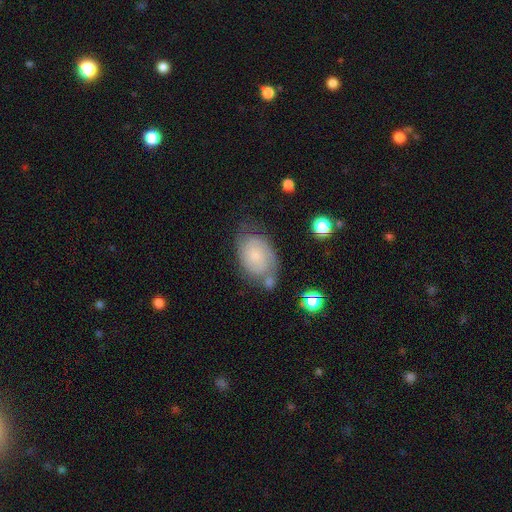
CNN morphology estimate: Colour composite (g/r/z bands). It shows a featured or disk galaxy (55%) with no bar (75%), spiral arms (86%) and a small central bulge (63%). Merging: none (56%).